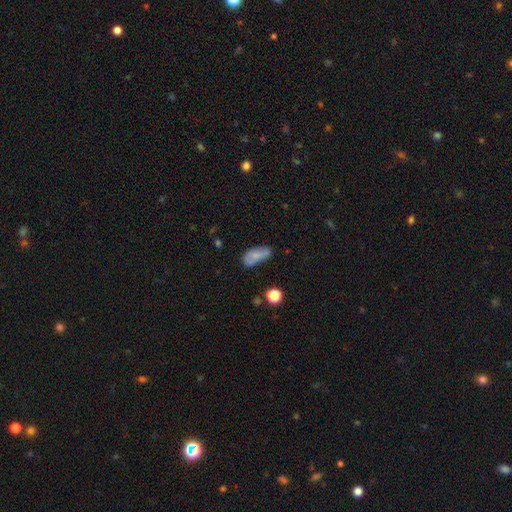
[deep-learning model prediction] Q: Smooth or featured?
A: smooth (68%); runner-up: featured or disk (23%)
Q: How rounded?
A: in between (87%); runner-up: cigar-shaped (9%)
Q: Merging?
A: none (55%); runner-up: minor disturbance (28%)